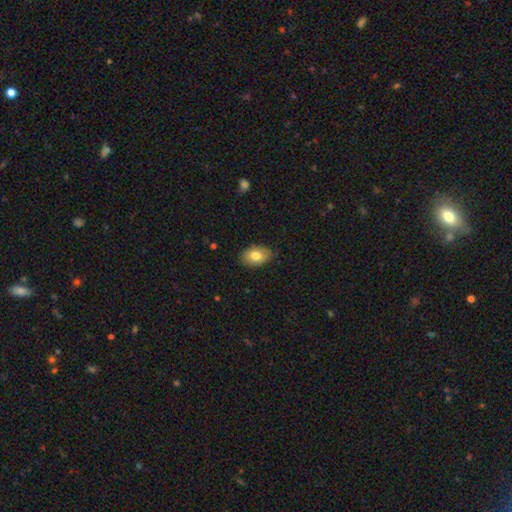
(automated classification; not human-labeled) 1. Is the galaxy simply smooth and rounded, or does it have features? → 80% smooth, 13% featured or disk, 7% star or artifact.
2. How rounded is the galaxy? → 86% in between, 12% round, 1% cigar-shaped.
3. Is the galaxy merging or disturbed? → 82% none, 15% minor disturbance, 2% major disturbance, 1% merger.